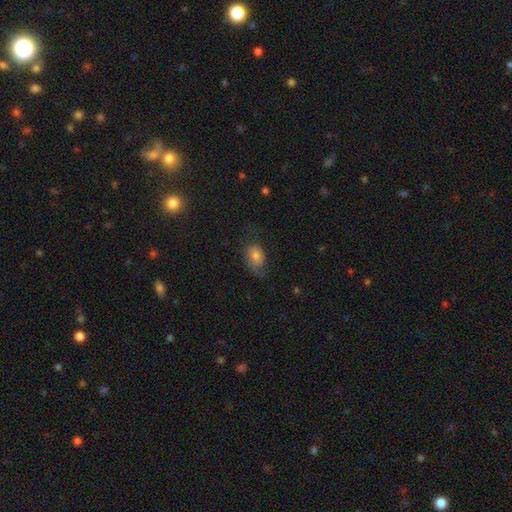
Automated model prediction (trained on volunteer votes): smooth-or-featured: smooth: 64% | featured or disk: 25% | star or artifact: 11%
  how-rounded: in between: 78% | round: 20% | cigar-shaped: 2%
  merging: none: 51% | minor disturbance: 28% | major disturbance: 20% | merger: 2%